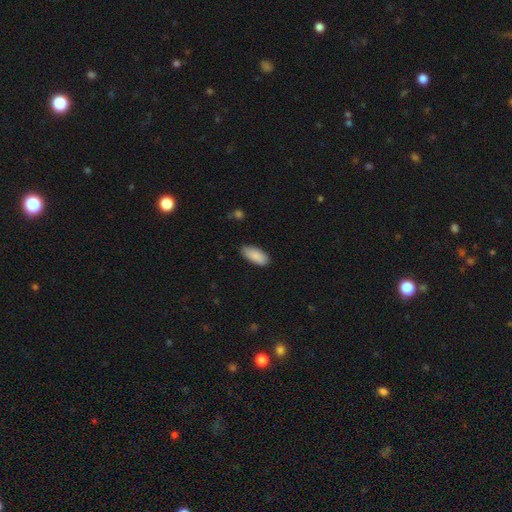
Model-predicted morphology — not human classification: smooth 88%, featured or disk 6%, star or artifact 6%. Down the decision tree: how rounded — in between (89%); merging — none (85%).